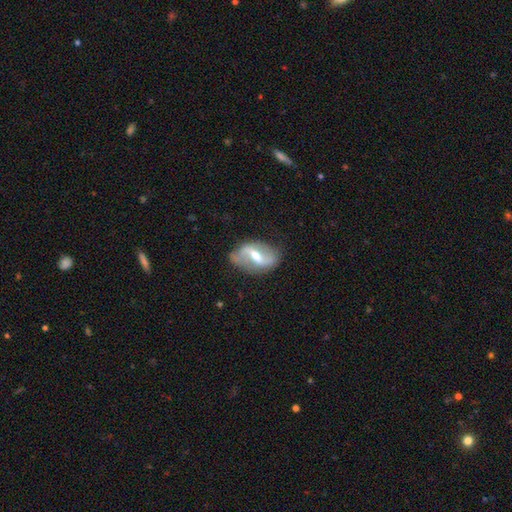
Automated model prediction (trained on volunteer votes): A featured or disk galaxy (77%) with a strong bar (52%), 2 (86%) loose (65%) spiral arms (78%) and a moderate central bulge (63%). Merging: none (69%).